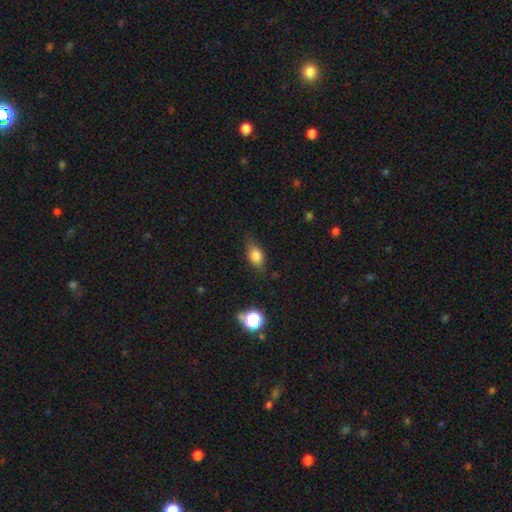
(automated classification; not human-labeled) smooth 77%, featured or disk 12%, star or artifact 10%. Down the decision tree: how rounded — in between (76%); merging — none (71%).